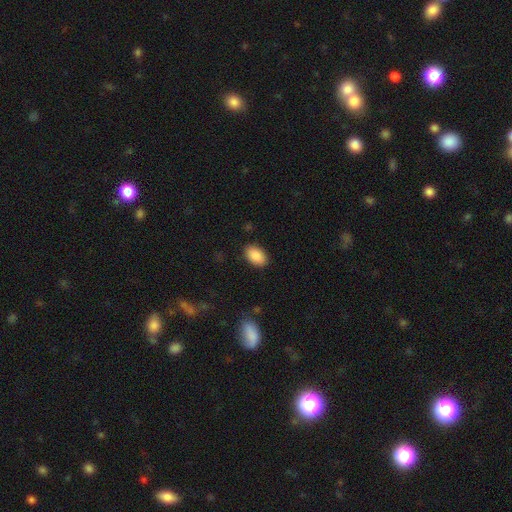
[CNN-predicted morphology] type=smooth (89%); roundness=in between (91%); merging=none (87%).